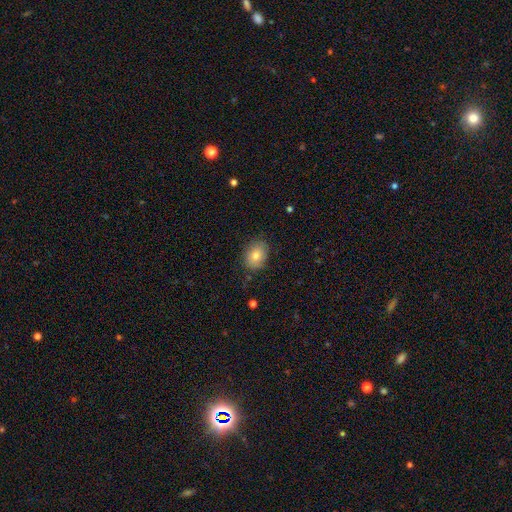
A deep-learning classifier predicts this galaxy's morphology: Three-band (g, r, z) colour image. It shows a smooth galaxy with no disk features (80%) that is in between round and cigar-shaped (68%). Merging: none (83%).